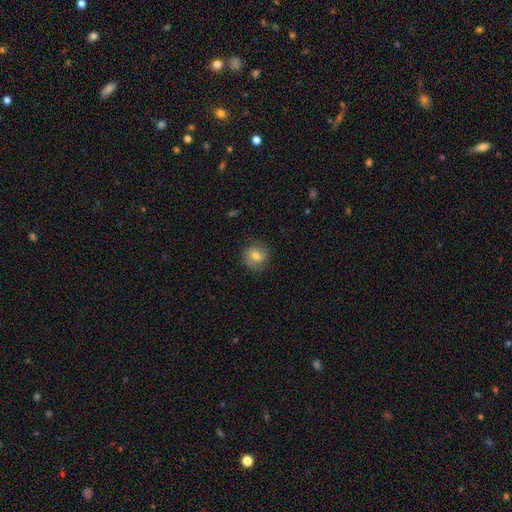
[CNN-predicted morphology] Smooth or featured: smooth — 64% (featured or disk — 27%)
How rounded: round — 82% (in between — 17%)
Merging: none — 80% (minor disturbance — 14%)